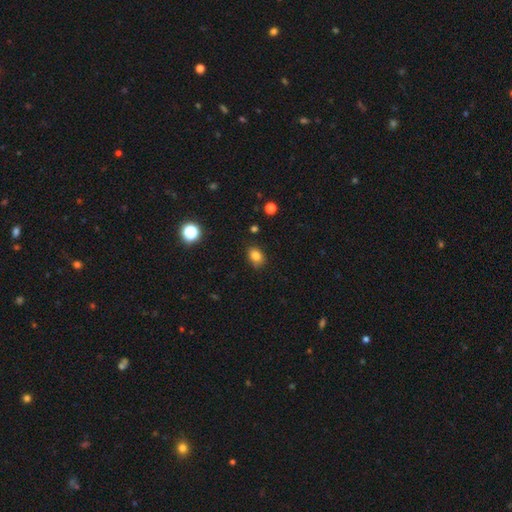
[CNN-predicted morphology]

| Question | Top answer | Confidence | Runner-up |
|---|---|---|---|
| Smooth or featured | smooth | 82% | star or artifact (12%) |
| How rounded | in between | 68% | round (31%) |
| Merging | none | 82% | minor disturbance (13%) |